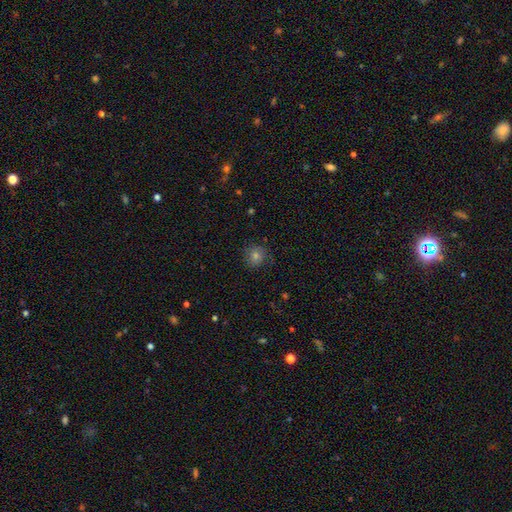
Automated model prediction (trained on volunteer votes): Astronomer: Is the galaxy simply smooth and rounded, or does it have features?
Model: smooth — 60%.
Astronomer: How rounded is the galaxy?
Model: round — 89%.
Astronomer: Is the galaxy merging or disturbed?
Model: none — 82%.